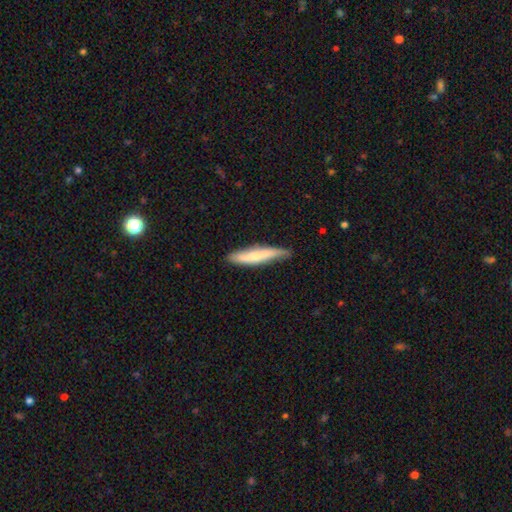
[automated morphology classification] The model was most divided on "smooth or featured": smooth: 64%, featured or disk: 31%, star or artifact: 5%. More confident: how rounded — cigar-shaped (89%); merging — none (74%).